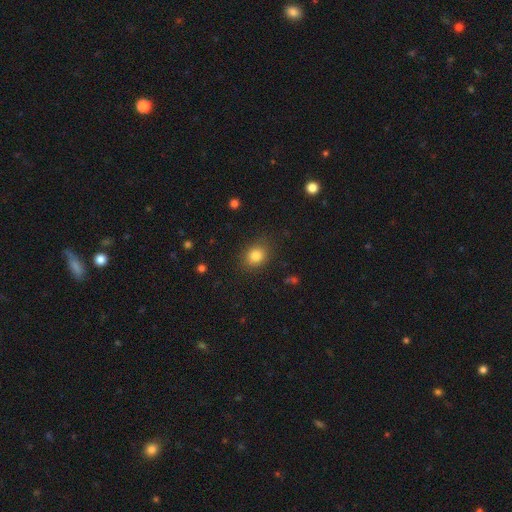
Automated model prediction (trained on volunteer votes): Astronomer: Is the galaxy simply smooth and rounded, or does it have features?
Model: smooth — 83%.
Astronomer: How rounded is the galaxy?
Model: round — 57% (runner-up: in between, 42%).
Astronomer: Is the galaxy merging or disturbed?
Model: none — 84%.